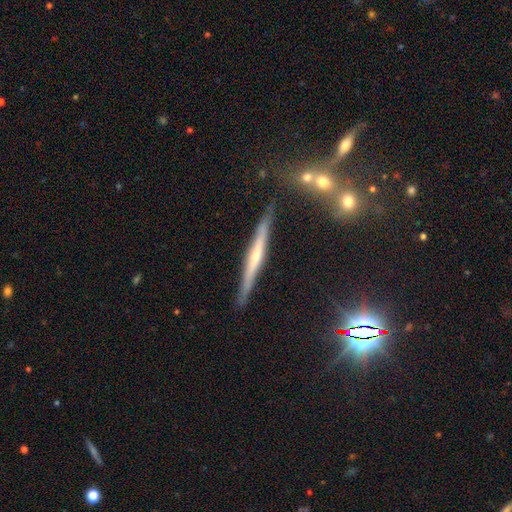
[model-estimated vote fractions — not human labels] Overall: featured or disk (64%; smooth 27%). Edge-on disk: yes (96%). Edge-on bulge: none (46%; rounded 44%). Merging: none (87%).